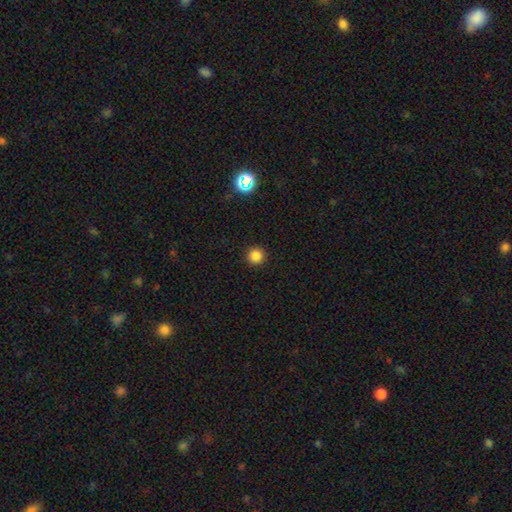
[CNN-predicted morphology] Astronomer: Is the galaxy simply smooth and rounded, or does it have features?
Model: smooth — 84%.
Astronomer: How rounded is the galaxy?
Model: round — 96%.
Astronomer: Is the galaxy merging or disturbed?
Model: none — 93%.